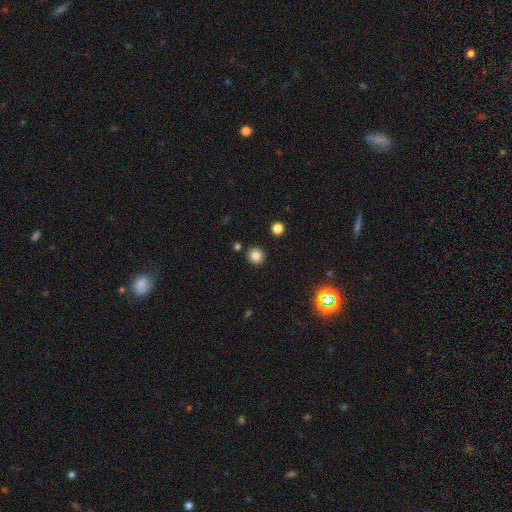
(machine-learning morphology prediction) Smooth or featured? smooth (83%)
How rounded? round (92%)
Merging? none (89%)